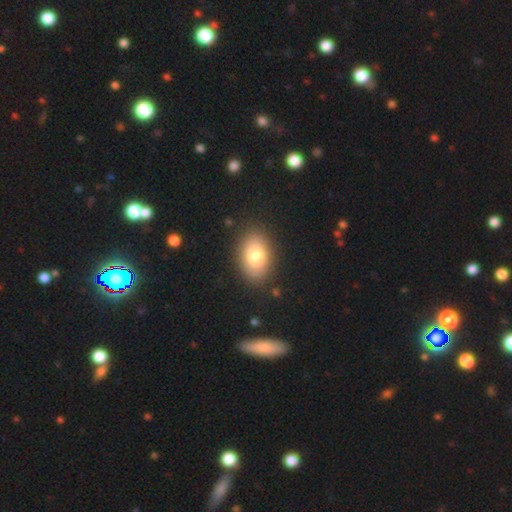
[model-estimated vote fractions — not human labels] Smooth or featured? smooth (80%)
How rounded? in between (85%)
Merging? none (86%)